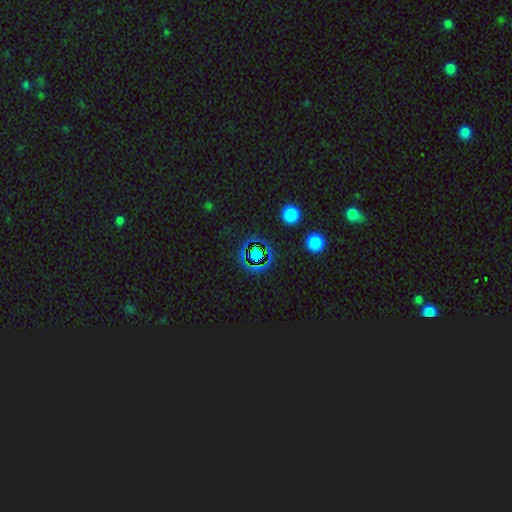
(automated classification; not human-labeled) Q: Smooth or featured?
A: star or artifact (72%); runner-up: smooth (18%)